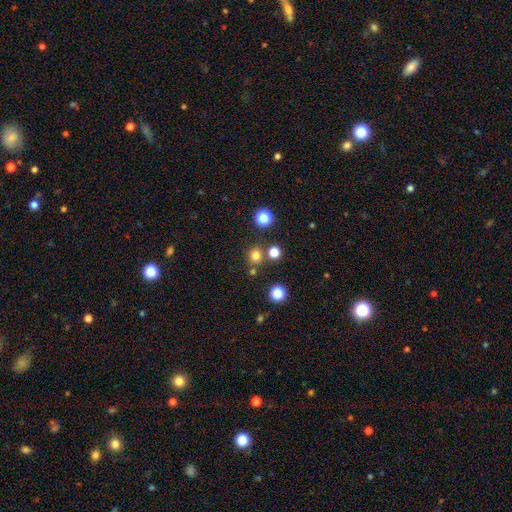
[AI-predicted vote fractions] The model was most divided on "smooth or featured": smooth: 76%, star or artifact: 19%, featured or disk: 5%. More confident: how rounded — round (91%); merging — none (79%).